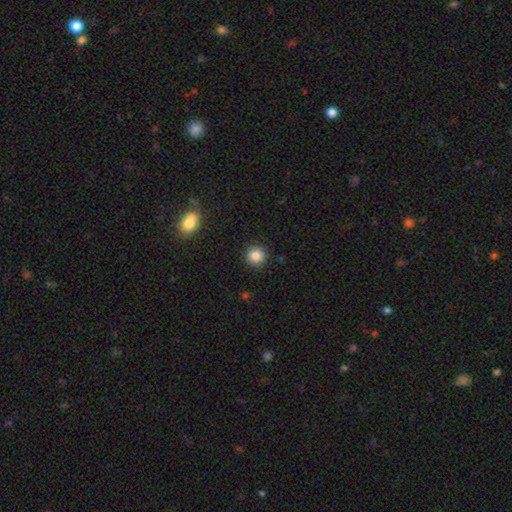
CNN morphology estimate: A smooth galaxy with no disk features (85%) that is round (95%).

Vote fractions:
- Smooth or featured? smooth: 85% / star or artifact: 10% / featured or disk: 5%
- How rounded? round: 95% / in between: 4% / cigar-shaped: 1%
- Merging? none: 92% / minor disturbance: 5% / major disturbance: 2% / merger: 1%